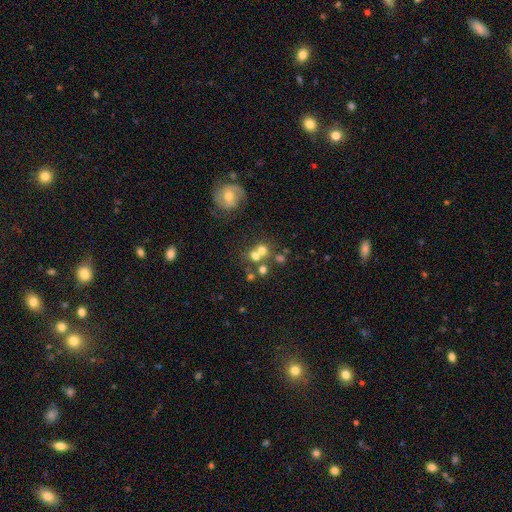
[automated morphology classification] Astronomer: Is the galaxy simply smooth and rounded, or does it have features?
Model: smooth — 60%.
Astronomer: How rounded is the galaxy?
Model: round — 82%.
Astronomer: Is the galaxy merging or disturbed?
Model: none — 45% (runner-up: merger, 42%).